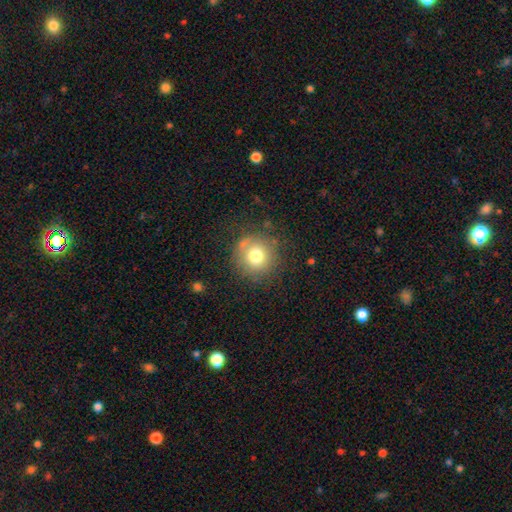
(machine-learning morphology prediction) smooth_or_featured: smooth (p=0.74) [alt: featured or disk p=0.14]
how_rounded: round (p=0.92) [alt: in between p=0.07]
merging: none (p=0.78) [alt: minor disturbance p=0.13]